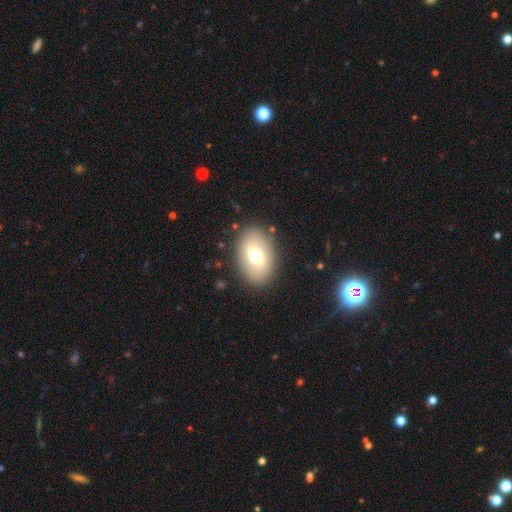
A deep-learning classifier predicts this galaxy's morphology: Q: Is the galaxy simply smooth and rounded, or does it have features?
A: smooth — 66%.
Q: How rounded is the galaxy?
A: in between — 81%.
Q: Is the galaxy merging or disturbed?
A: none — 85%.